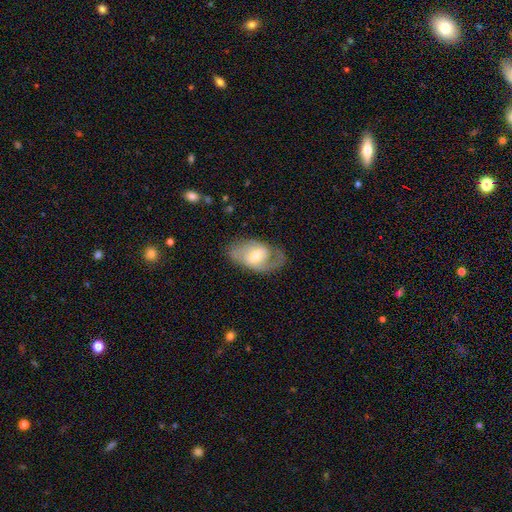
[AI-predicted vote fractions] Morphology: type=featured or disk (68%); edge-on=no (94%); bar=weak (52%); spiral arms=yes (82%); winding=medium (47%); arm count=2 (62%); bulge=moderate (59%); merging=none (64%).